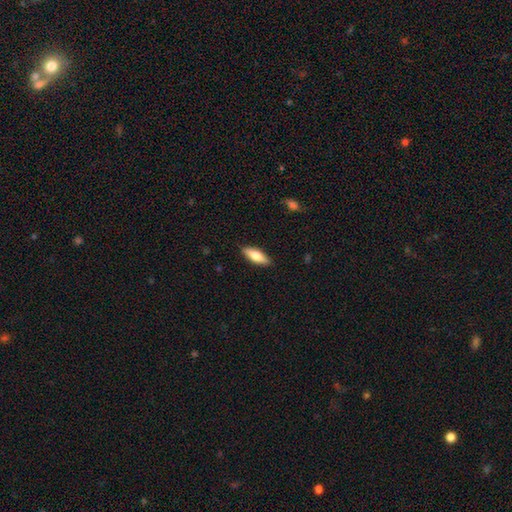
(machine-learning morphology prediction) type=smooth (69%); roundness=in between (60%); merging=none (88%).